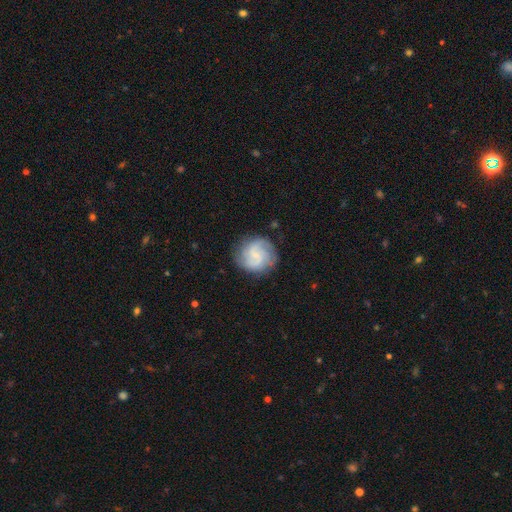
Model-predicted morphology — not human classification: A featured or disk galaxy (74%) with a weak bar (47%), 2 (43%) medium (47%) spiral arms (95%) and a small central bulge (66%). Merging: none (80%).